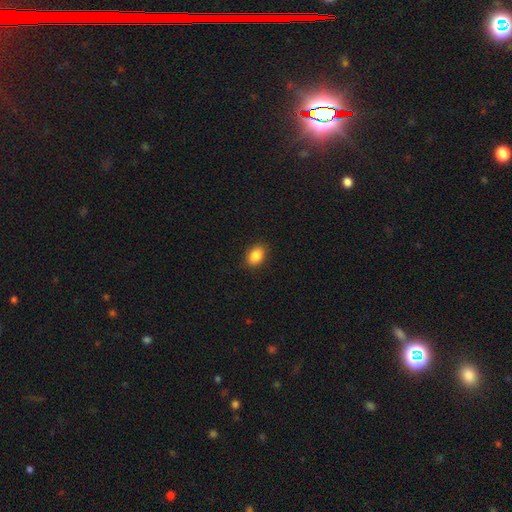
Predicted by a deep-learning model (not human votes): Q: Smooth or featured?
A: smooth (87%); runner-up: star or artifact (8%)
Q: How rounded?
A: in between (79%); runner-up: round (19%)
Q: Merging?
A: none (88%); runner-up: minor disturbance (9%)